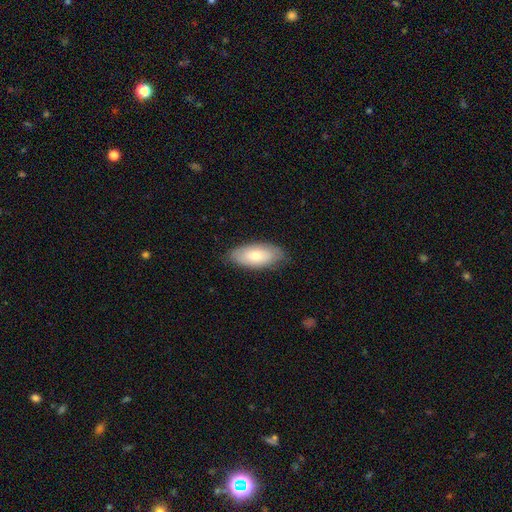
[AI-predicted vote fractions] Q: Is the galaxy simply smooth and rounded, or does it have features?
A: smooth — 72%.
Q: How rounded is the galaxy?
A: in between — 91%.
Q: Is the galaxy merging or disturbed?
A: none — 80%.